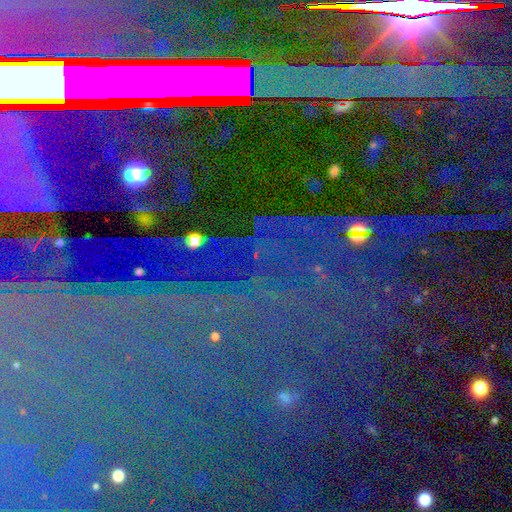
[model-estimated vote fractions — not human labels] Smooth or featured?
  - star or artifact: 84% *
  - featured or disk: 8%
  - smooth: 7%